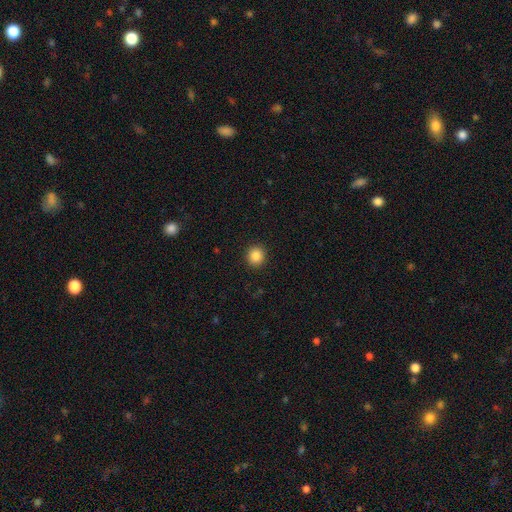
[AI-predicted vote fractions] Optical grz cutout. It shows a smooth galaxy with no disk features (86%) that is round (91%). Merging: none (92%).